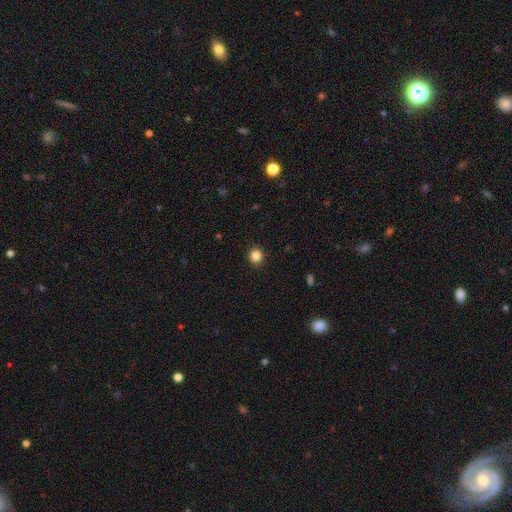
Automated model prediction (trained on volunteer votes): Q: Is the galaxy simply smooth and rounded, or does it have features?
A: smooth — 86%.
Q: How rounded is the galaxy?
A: round — 87%.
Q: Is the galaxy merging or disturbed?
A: none — 91%.